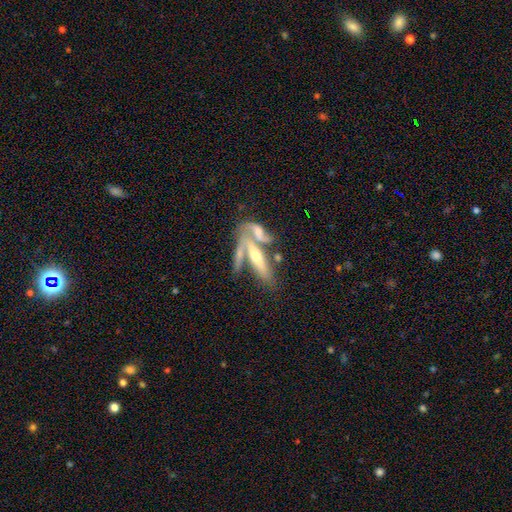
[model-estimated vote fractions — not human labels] Overall: featured or disk (67%). Edge-on disk: yes (61%; no 39%). Merging: merger (49%; none 31%).